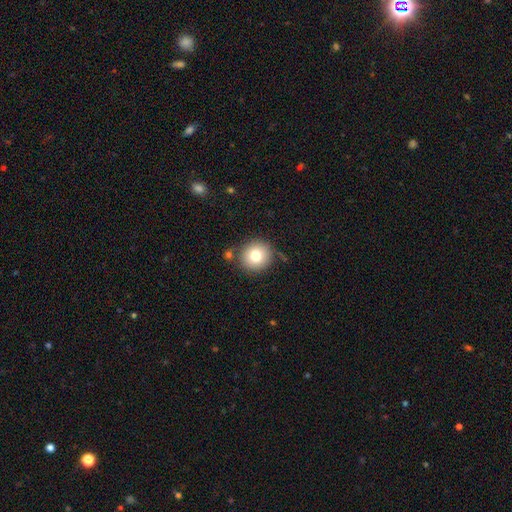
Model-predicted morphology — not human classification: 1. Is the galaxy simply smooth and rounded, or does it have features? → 77% smooth, 12% featured or disk, 10% star or artifact.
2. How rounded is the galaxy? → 91% round, 8% in between, 1% cigar-shaped.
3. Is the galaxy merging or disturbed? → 78% none, 11% minor disturbance, 6% merger, 4% major disturbance.